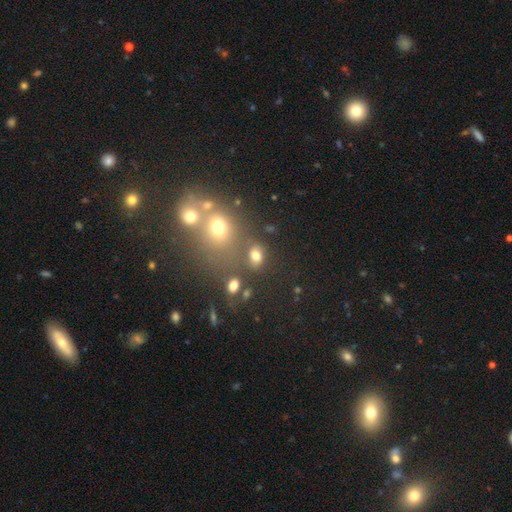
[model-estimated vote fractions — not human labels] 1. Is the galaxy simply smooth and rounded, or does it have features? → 75% smooth, 16% star or artifact, 9% featured or disk.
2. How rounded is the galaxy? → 65% in between, 33% round, 2% cigar-shaped.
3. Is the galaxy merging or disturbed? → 63% none, 17% merger, 13% minor disturbance, 7% major disturbance.